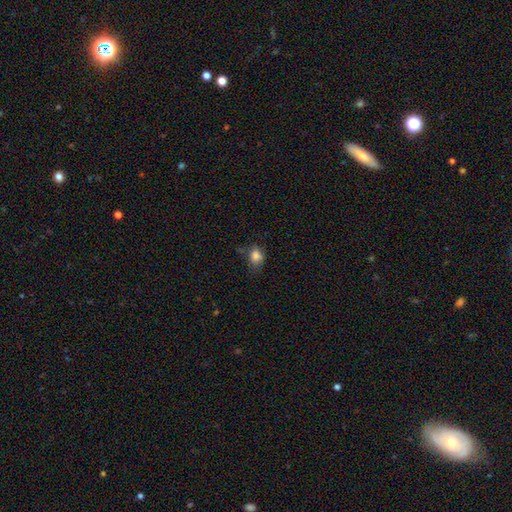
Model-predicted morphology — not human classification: This is clearly a smooth galaxy (83%). How rounded: likely in between (62%). Merging: possibly none (58%).